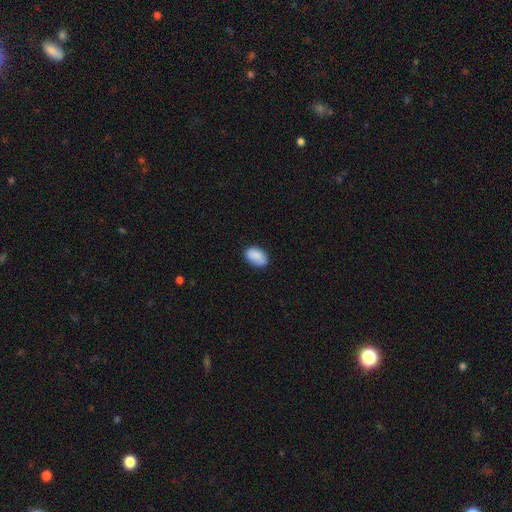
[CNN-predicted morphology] Smooth or featured?
  - smooth: 87% *
  - star or artifact: 7%
  - featured or disk: 5%
How rounded?
  - in between: 88% *
  - round: 11%
  - cigar-shaped: 1%
Merging?
  - none: 75% *
  - minor disturbance: 19%
  - major disturbance: 4%
  - merger: 2%